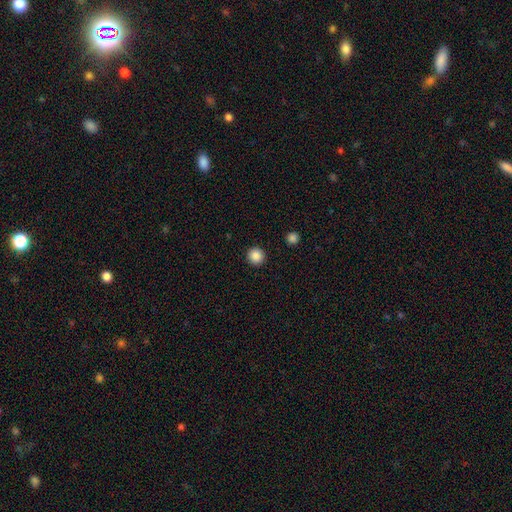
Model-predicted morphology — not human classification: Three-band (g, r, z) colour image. It shows a smooth galaxy with no disk features (87%) that is round (94%). Merging: none (93%).